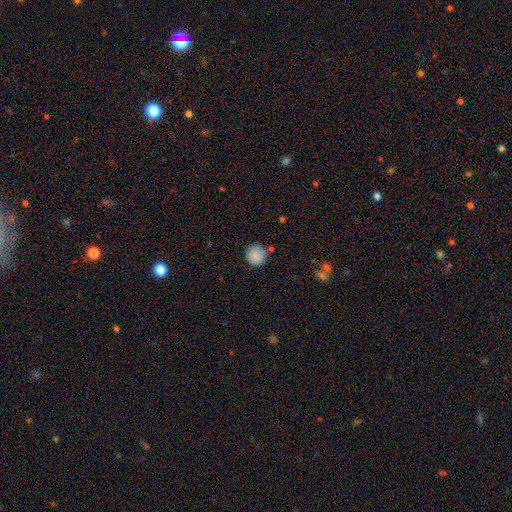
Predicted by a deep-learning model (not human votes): smooth 87%, star or artifact 8%, featured or disk 5%. Down the decision tree: how rounded — round (94%); merging — none (83%).